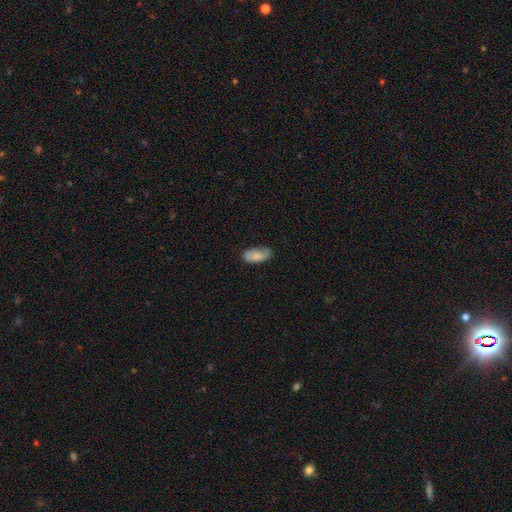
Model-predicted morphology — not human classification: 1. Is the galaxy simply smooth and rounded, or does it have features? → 79% smooth, 14% featured or disk, 7% star or artifact.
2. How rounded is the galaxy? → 91% in between, 6% cigar-shaped, 3% round.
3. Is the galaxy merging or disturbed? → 66% none, 27% minor disturbance, 6% major disturbance, 2% merger.